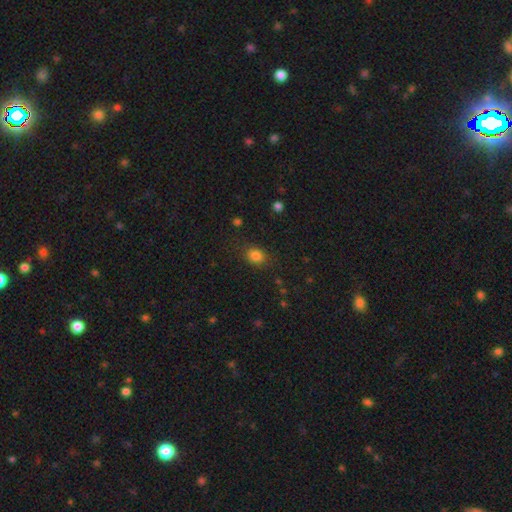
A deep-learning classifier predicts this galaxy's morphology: A smooth galaxy with no disk features (81%) that is round (51%). Merging: none (82%).